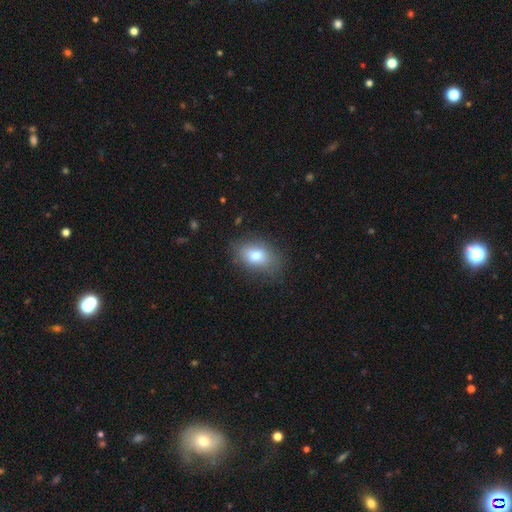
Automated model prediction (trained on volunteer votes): Q: Smooth or featured?
A: smooth (77%); runner-up: featured or disk (14%)
Q: How rounded?
A: in between (84%); runner-up: round (15%)
Q: Merging?
A: none (76%); runner-up: minor disturbance (17%)